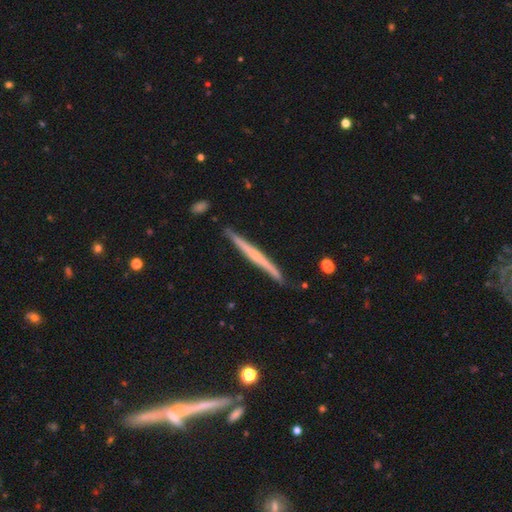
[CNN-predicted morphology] Smooth or featured?
  - featured or disk: 59% *
  - smooth: 35%
  - star or artifact: 6%
Edge-on disk?
  - yes: 98% *
  - no: 2%
Edge-on bulge?
  - none: 70% *
  - rounded: 21%
  - boxy: 9%
Merging?
  - none: 88% *
  - minor disturbance: 9%
  - merger: 2%
  - major disturbance: 1%